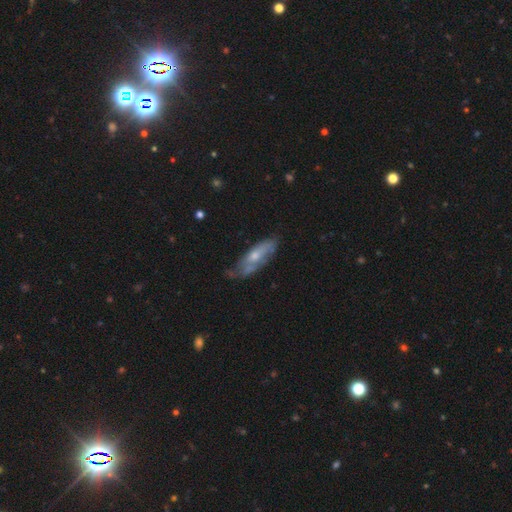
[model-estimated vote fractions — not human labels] Q: Smooth or featured?
A: featured or disk (53%); runner-up: smooth (41%)
Q: Edge-on disk?
A: no (69%); runner-up: yes (31%)
Q: Merging?
A: none (54%); runner-up: minor disturbance (32%)